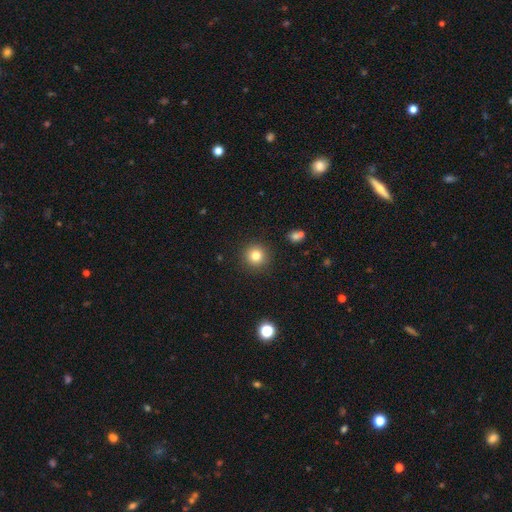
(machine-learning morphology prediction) Q: Smooth or featured?
A: smooth (81%); runner-up: star or artifact (12%)
Q: How rounded?
A: round (95%); runner-up: in between (4%)
Q: Merging?
A: none (91%); runner-up: minor disturbance (5%)